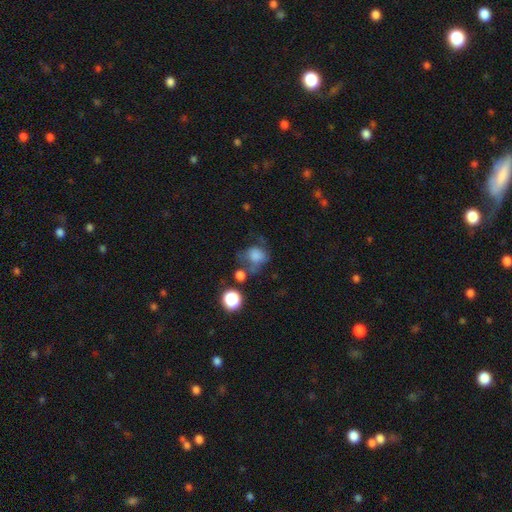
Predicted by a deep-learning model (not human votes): A smooth galaxy with no disk features (71%) that is round (62%).

Vote fractions:
- Smooth or featured? smooth: 71% / featured or disk: 17% / star or artifact: 13%
- How rounded? round: 62% / in between: 37% / cigar-shaped: 1%
- Merging? none: 35% / major disturbance: 27% / minor disturbance: 22% / merger: 16%